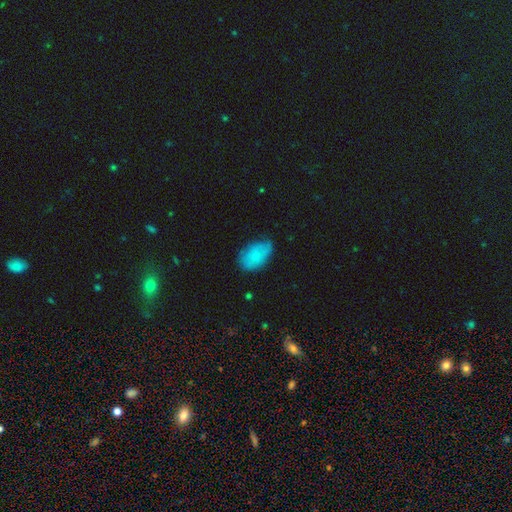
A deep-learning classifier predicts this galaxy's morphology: Q: Smooth or featured?
A: smooth (73%); runner-up: featured or disk (20%)
Q: How rounded?
A: in between (88%); runner-up: round (10%)
Q: Merging?
A: none (58%); runner-up: minor disturbance (33%)